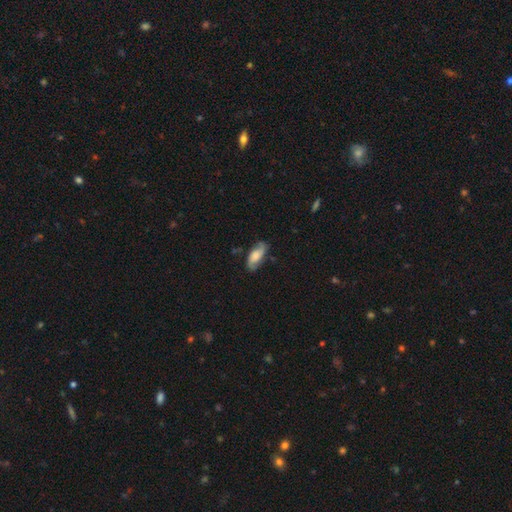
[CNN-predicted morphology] Overall: smooth (47%; featured or disk 46%). Merging: none (74%).